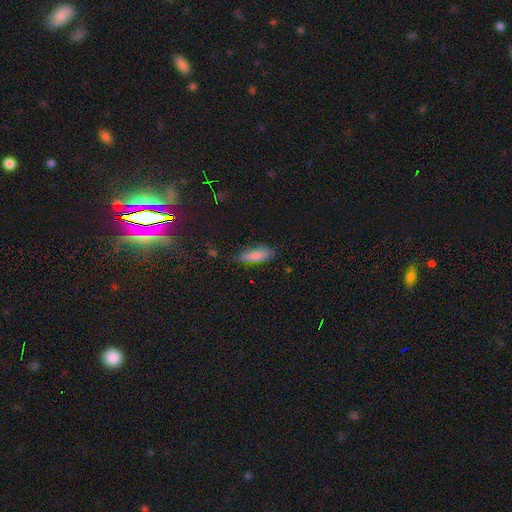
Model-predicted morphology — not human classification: This is clearly a smooth galaxy (82%). How rounded: likely in between (70%). Merging: likely none (73%).